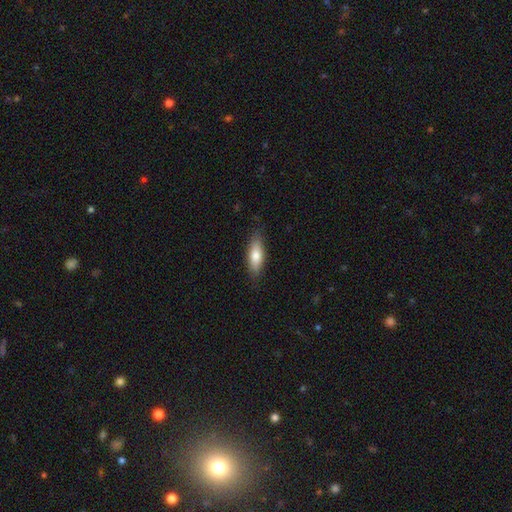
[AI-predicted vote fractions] A smooth galaxy with no disk features (74%) that is in between round and cigar-shaped (62%). Merging: none (83%).